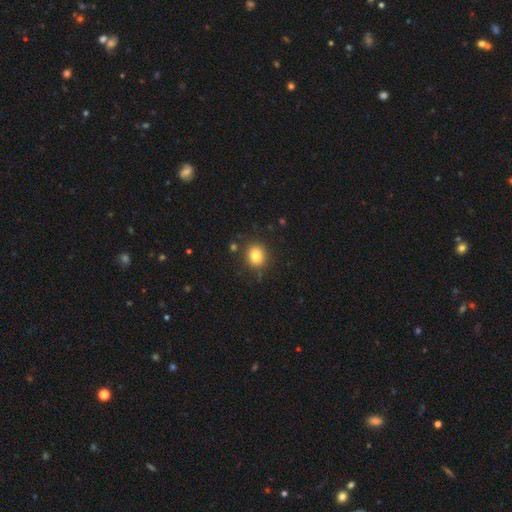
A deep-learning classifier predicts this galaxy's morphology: A smooth galaxy with no disk features (81%) that is round (81%). Merging: none (86%).